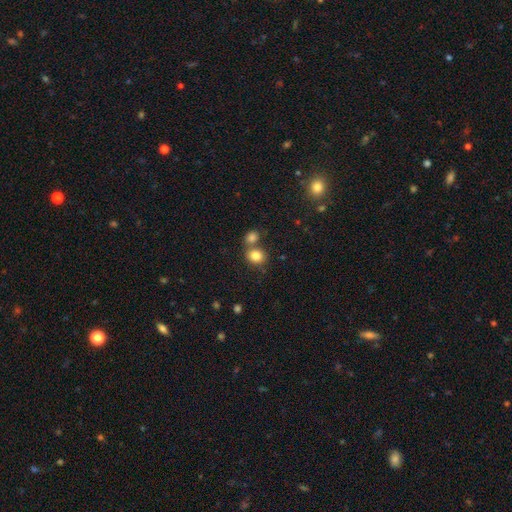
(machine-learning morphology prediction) Q: Smooth or featured?
A: smooth (83%); runner-up: star or artifact (11%)
Q: How rounded?
A: round (70%); runner-up: in between (29%)
Q: Merging?
A: none (54%); runner-up: merger (33%)